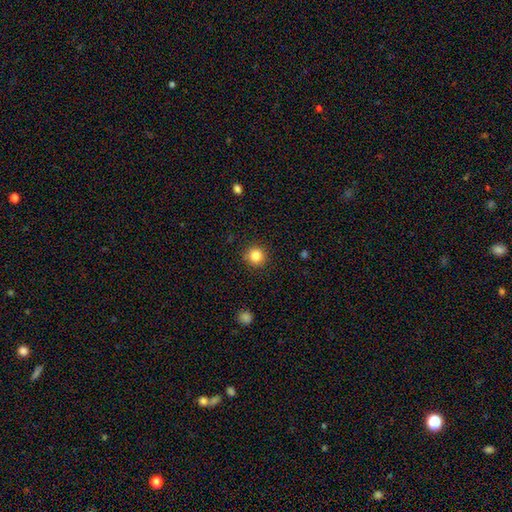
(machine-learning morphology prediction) Smooth or featured? Predicted: smooth (p=0.84). How rounded? Predicted: round (p=0.94). Merging? Predicted: none (p=0.90).